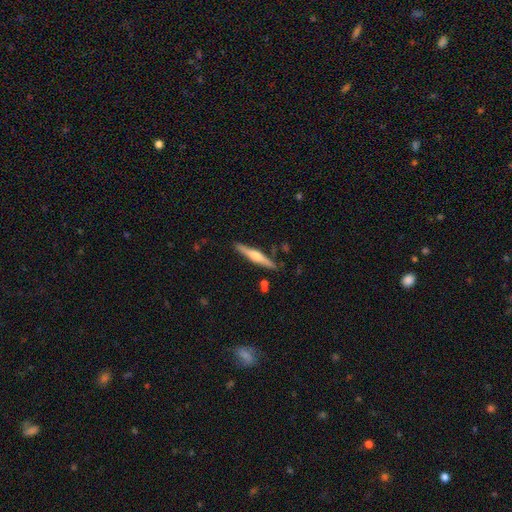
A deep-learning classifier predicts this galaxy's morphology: Smooth or featured?
  - featured or disk: 65% *
  - smooth: 29%
  - star or artifact: 5%
Edge-on disk?
  - yes: 98% *
  - no: 2%
Edge-on bulge?
  - rounded: 85% *
  - boxy: 9%
  - none: 5%
Merging?
  - none: 87% *
  - minor disturbance: 8%
  - merger: 3%
  - major disturbance: 2%